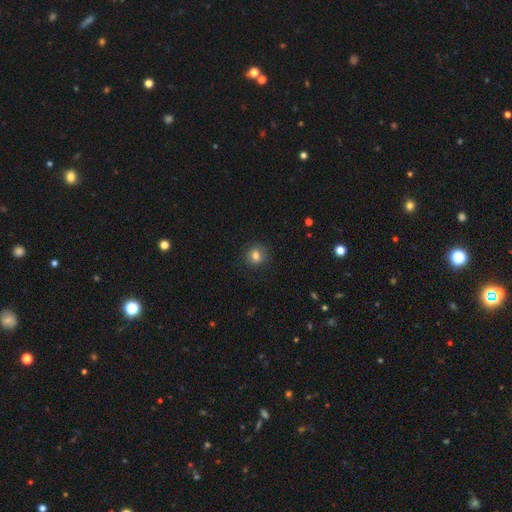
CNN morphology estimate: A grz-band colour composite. It shows a smooth galaxy with no disk features (79%) that is round (83%). Merging: none (86%).